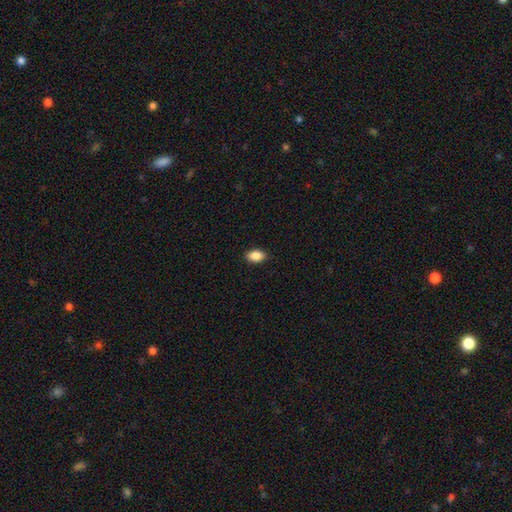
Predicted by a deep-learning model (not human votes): Smooth or featured: smooth — 88% (star or artifact — 8%)
How rounded: in between — 88% (round — 10%)
Merging: none — 89% (minor disturbance — 8%)